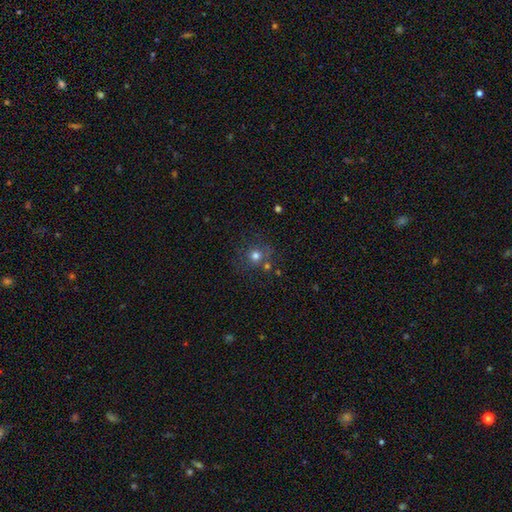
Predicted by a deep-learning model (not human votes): Morphology: type=smooth (72%); roundness=round (88%); merging=none (71%).